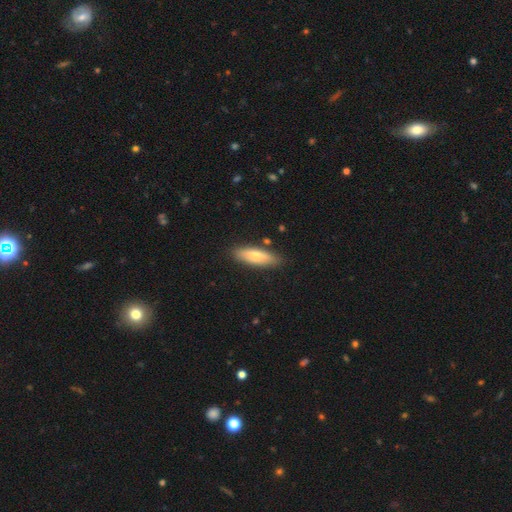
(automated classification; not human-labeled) This is likely a smooth galaxy (70%). How rounded: possibly cigar-shaped (50%). Merging: clearly none (83%).